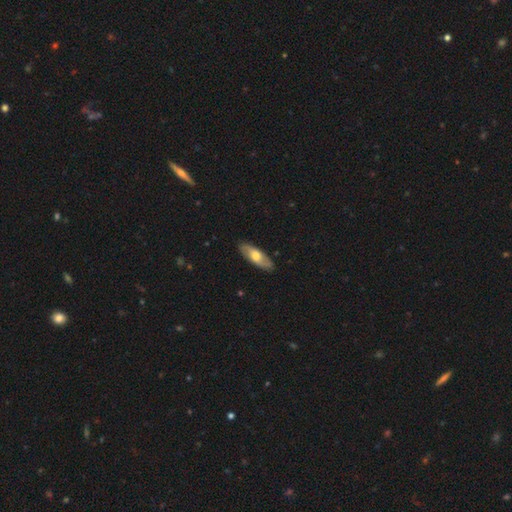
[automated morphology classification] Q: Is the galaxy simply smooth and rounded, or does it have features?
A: smooth — 51%.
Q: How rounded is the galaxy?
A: in between — 68%.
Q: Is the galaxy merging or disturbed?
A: none — 88%.